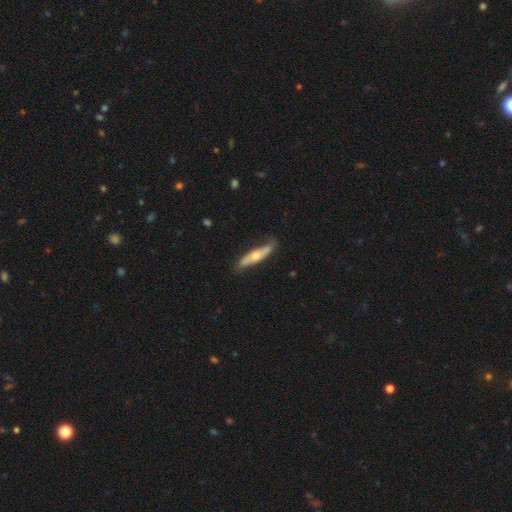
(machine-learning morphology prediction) Overall: featured or disk (49%; smooth 46%). Merging: none (76%).